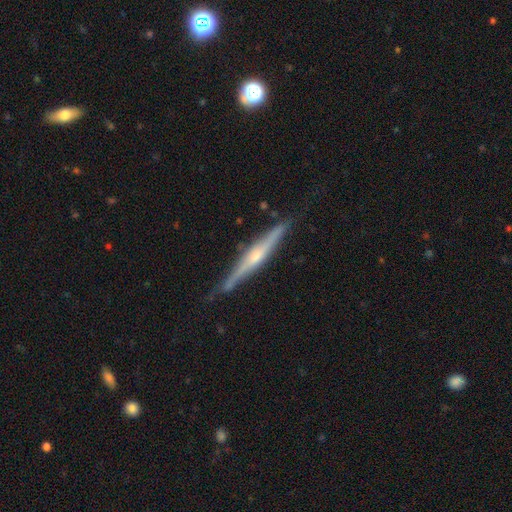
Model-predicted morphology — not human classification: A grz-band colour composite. It shows a featured or disk galaxy (78%) viewed edge-on (97%) with a rounded central bulge (74%). Merging: none (83%).